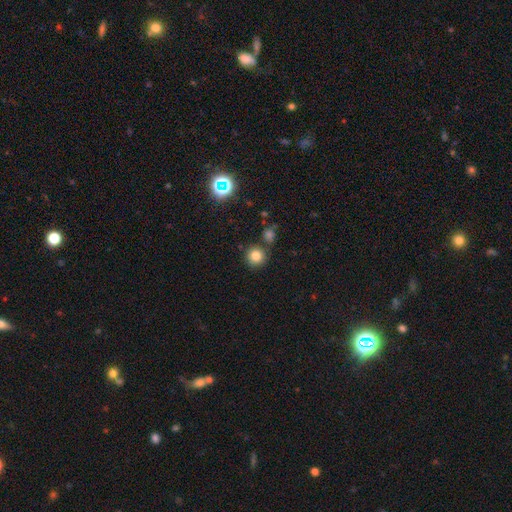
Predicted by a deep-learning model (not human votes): This appears to be a smooth galaxy with no disk features (81%) that is round (93%). Merging: none (81%).